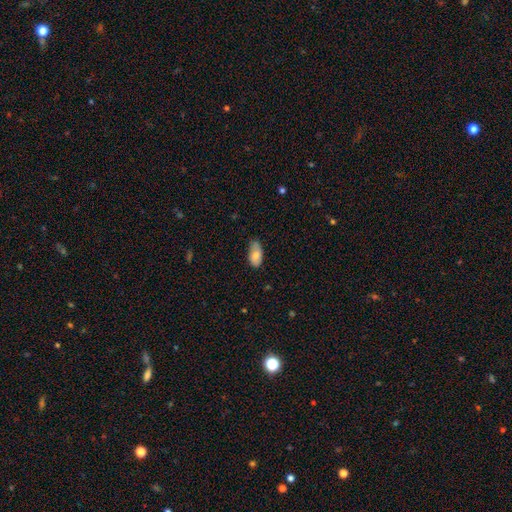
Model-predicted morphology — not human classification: smooth 75%, featured or disk 18%, star or artifact 7%. Down the decision tree: how rounded — in between (93%); merging — none (57%).